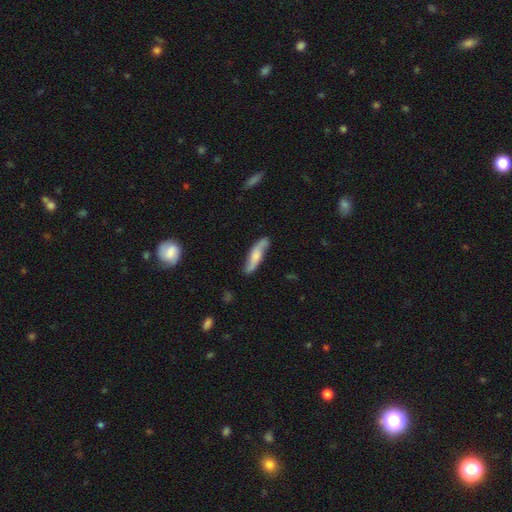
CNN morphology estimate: The model was most divided on "smooth or featured": featured or disk: 51%, smooth: 44%, star or artifact: 6%. More confident: merging — none (79%); edge-on disk — no (64%).